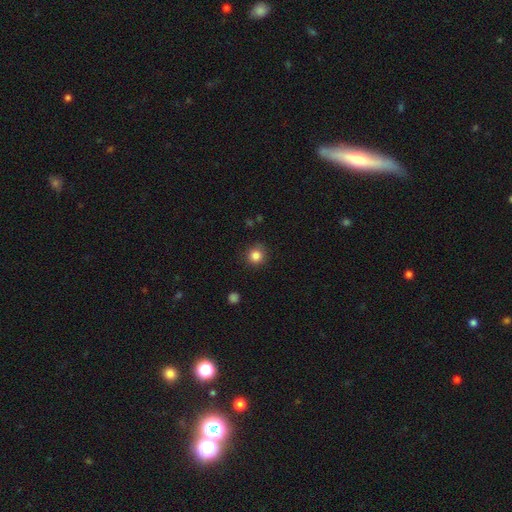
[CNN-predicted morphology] A smooth galaxy with no disk features (84%) that is round (93%). Merging: none (87%).